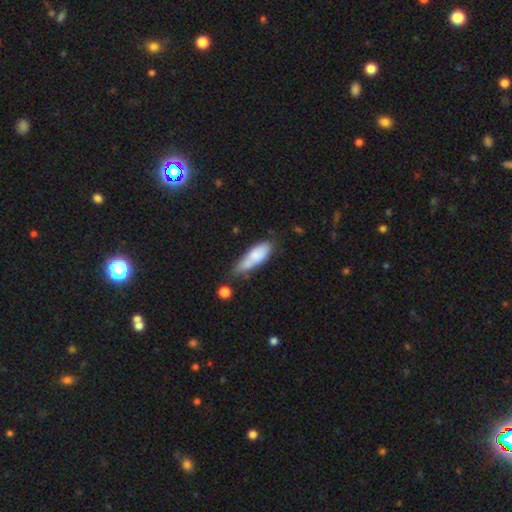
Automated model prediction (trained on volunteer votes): A smooth galaxy with no disk features (73%) that is in between round and cigar-shaped (61%). Merging: none (43%).